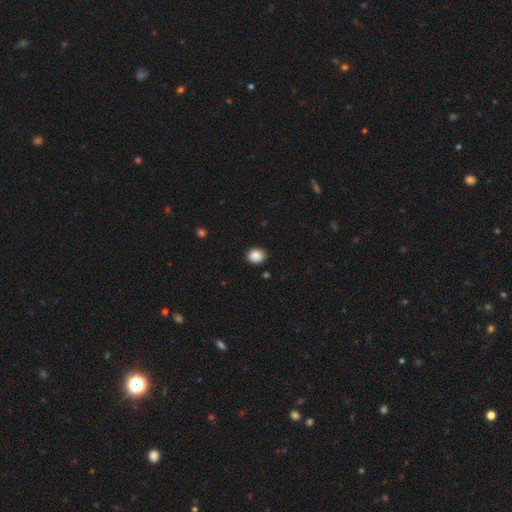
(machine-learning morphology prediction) Smooth or featured?
  - smooth: 89% *
  - star or artifact: 9%
  - featured or disk: 3%
How rounded?
  - round: 63% *
  - in between: 36%
  - cigar-shaped: 1%
Merging?
  - none: 90% *
  - minor disturbance: 7%
  - major disturbance: 2%
  - merger: 1%